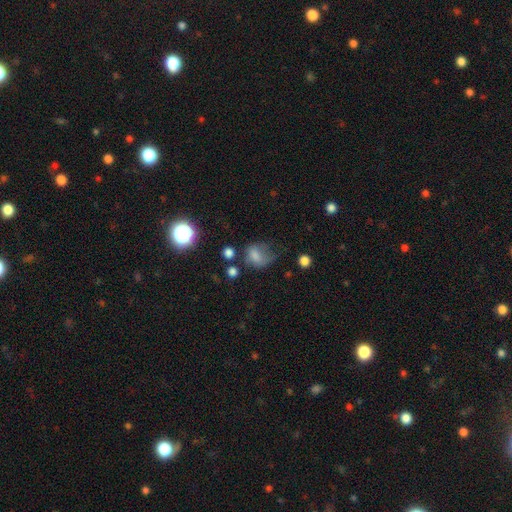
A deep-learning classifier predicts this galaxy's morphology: Smooth or featured? smooth (68%)
How rounded? in between (52%)
Merging? major disturbance (34%)